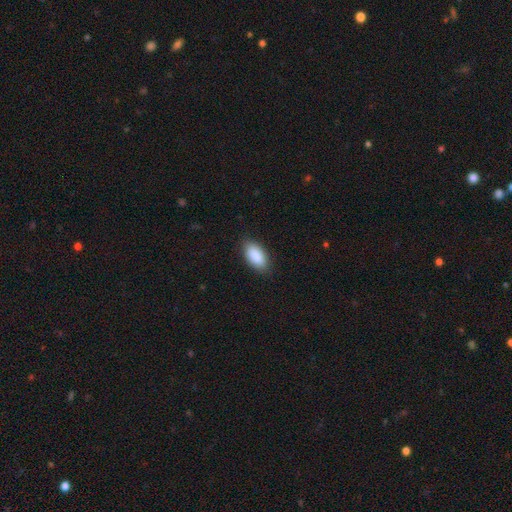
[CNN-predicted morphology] smooth 90%, star or artifact 6%, featured or disk 4%. Down the decision tree: how rounded — in between (92%); merging — none (86%).